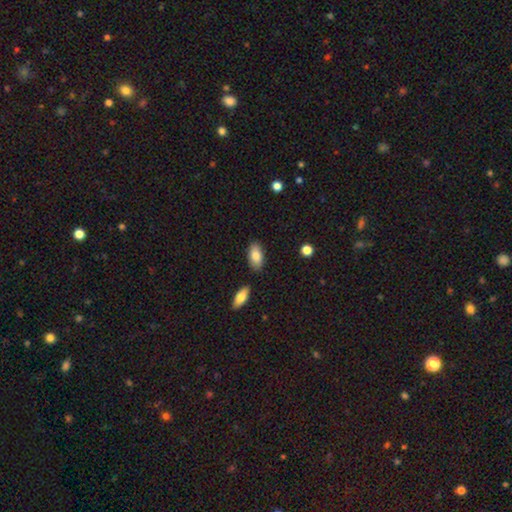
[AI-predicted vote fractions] A smooth galaxy with no disk features (82%) that is in between round and cigar-shaped (92%). Merging: none (83%).